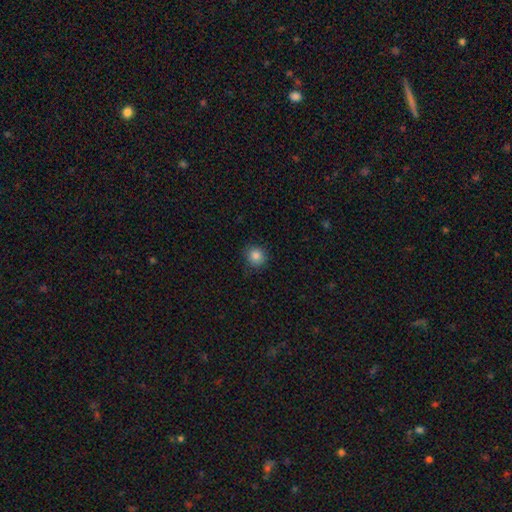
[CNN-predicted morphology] Smooth or featured: smooth — 85% (star or artifact — 11%)
How rounded: round — 89% (in between — 10%)
Merging: none — 87% (minor disturbance — 10%)